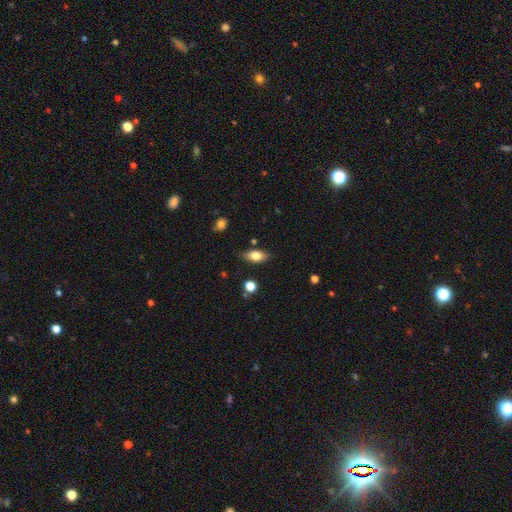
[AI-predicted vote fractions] A smooth galaxy with no disk features (75%) that is in between round and cigar-shaped (85%).

Vote fractions:
- Smooth or featured? smooth: 75% / featured or disk: 17% / star or artifact: 8%
- How rounded? in between: 85% / cigar-shaped: 9% / round: 5%
- Merging? none: 81% / minor disturbance: 13% / major disturbance: 3% / merger: 2%